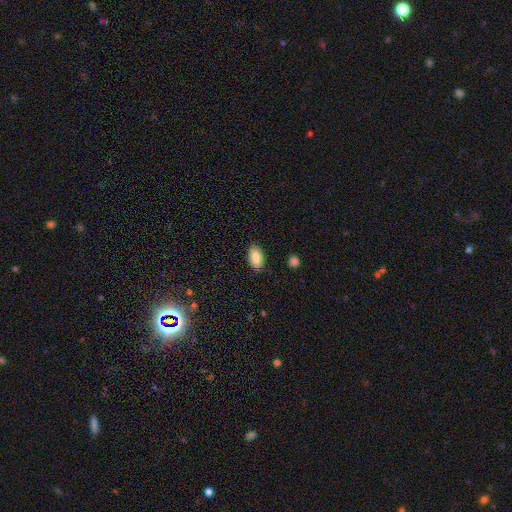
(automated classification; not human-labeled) smooth 87%, star or artifact 7%, featured or disk 6%. Down the decision tree: how rounded — in between (93%); merging — none (85%).